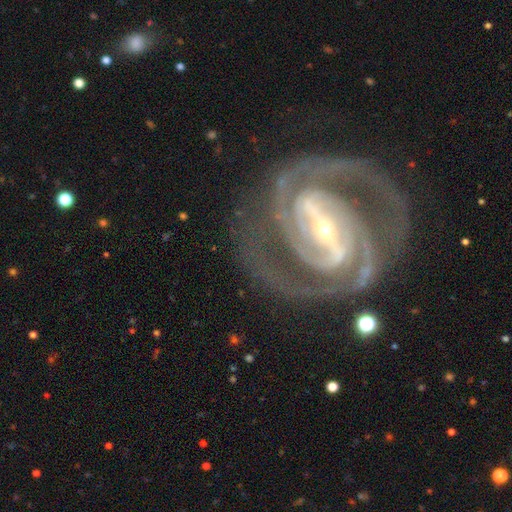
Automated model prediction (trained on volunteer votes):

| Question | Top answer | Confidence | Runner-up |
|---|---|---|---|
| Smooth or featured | featured or disk | 93% | star or artifact (5%) |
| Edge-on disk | no | 97% | yes (3%) |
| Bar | strong | 76% | weak (17%) |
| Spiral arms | yes | 98% | no (2%) |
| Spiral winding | tight | 56% | medium (38%) |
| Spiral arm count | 2 | 71% | 3 (13%) |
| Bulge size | small | 83% | moderate (14%) |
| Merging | none | 75% | minor disturbance (13%) |